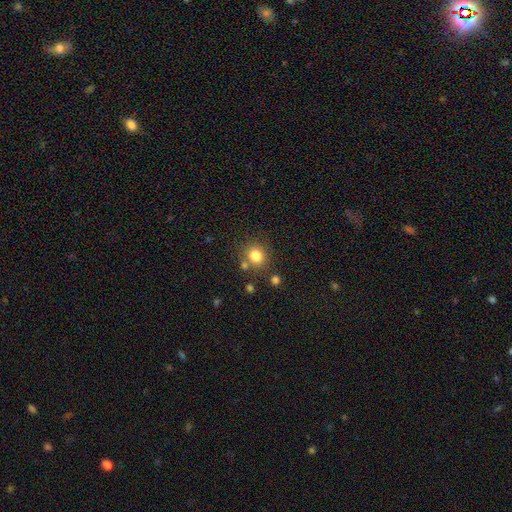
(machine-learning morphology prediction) Smooth or featured? smooth (80%)
How rounded? round (76%)
Merging? none (74%)